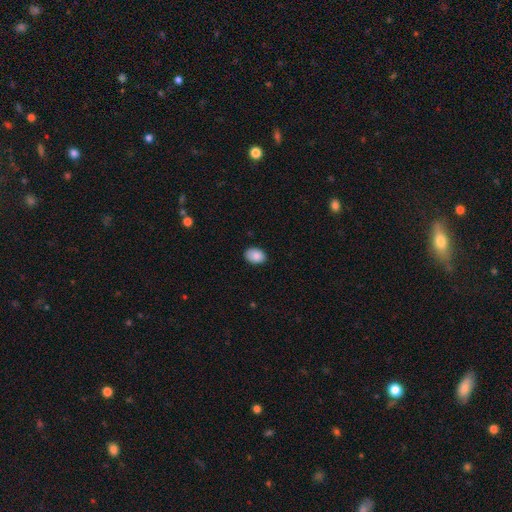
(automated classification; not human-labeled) Smooth or featured: smooth — 88% (star or artifact — 7%)
How rounded: in between — 77% (round — 22%)
Merging: none — 84% (minor disturbance — 13%)